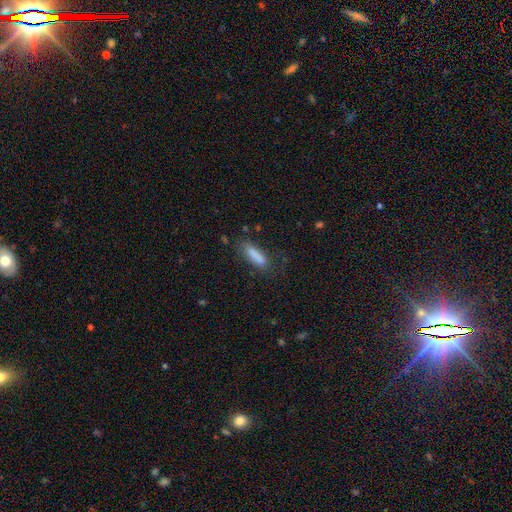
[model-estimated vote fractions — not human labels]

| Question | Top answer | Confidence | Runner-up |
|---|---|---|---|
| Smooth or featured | smooth | 82% | featured or disk (10%) |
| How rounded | cigar-shaped | 64% | in between (34%) |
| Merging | none | 70% | minor disturbance (19%) |